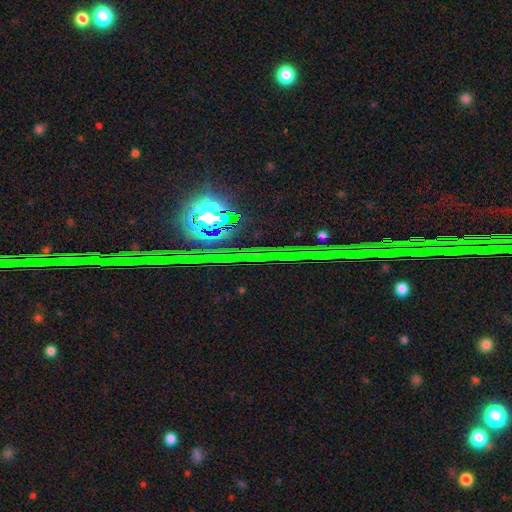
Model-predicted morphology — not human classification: Smooth or featured: star or artifact — 85% (featured or disk — 8%)